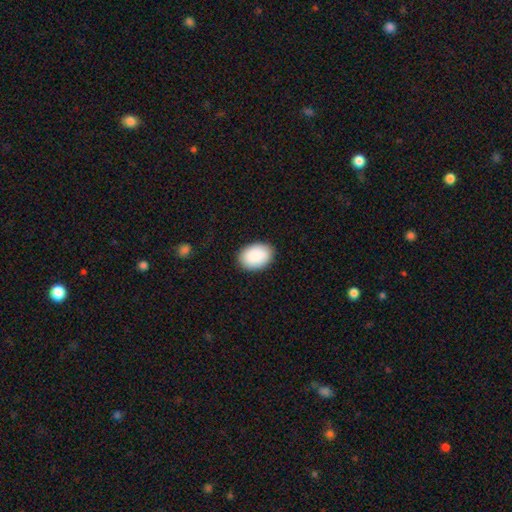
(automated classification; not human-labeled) smooth_or_featured: smooth (p=0.90) [alt: star or artifact p=0.06]
how_rounded: in between (p=0.80) [alt: round p=0.19]
merging: none (p=0.88) [alt: minor disturbance p=0.09]